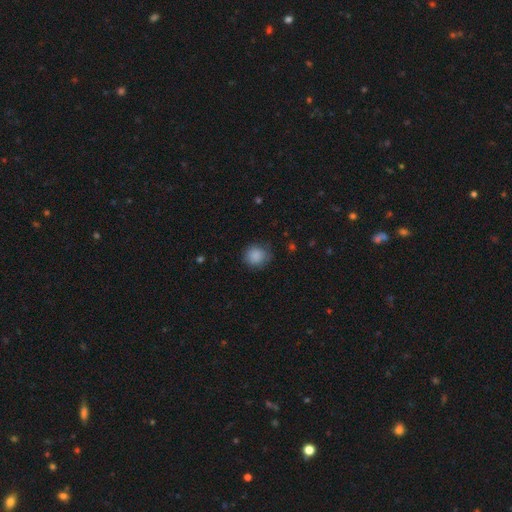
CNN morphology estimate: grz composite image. It shows a smooth galaxy with no disk features (87%) that is round (86%). Merging: none (76%).